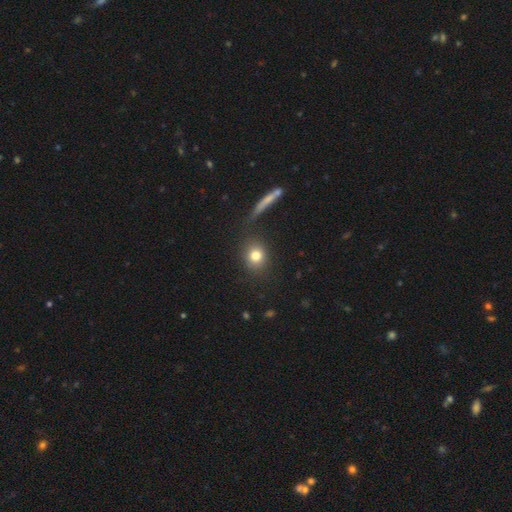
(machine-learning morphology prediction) Overall: smooth (80%). How rounded: round (73%). Merging: none (83%).